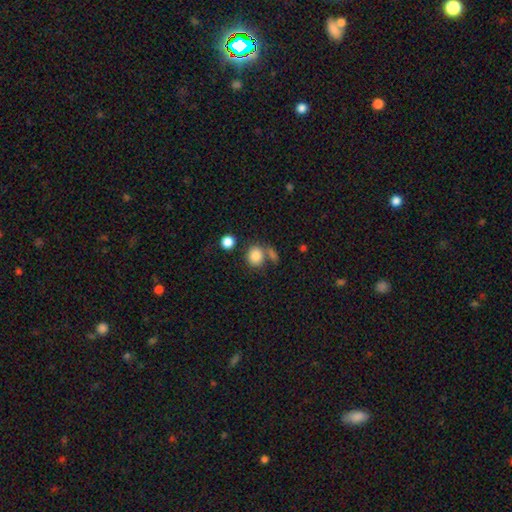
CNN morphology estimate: A smooth galaxy with no disk features (83%) that is round (77%).

Vote fractions:
- Smooth or featured? smooth: 83% / star or artifact: 9% / featured or disk: 7%
- How rounded? round: 77% / in between: 22% / cigar-shaped: 1%
- Merging? none: 59% / merger: 24% / minor disturbance: 11% / major disturbance: 5%